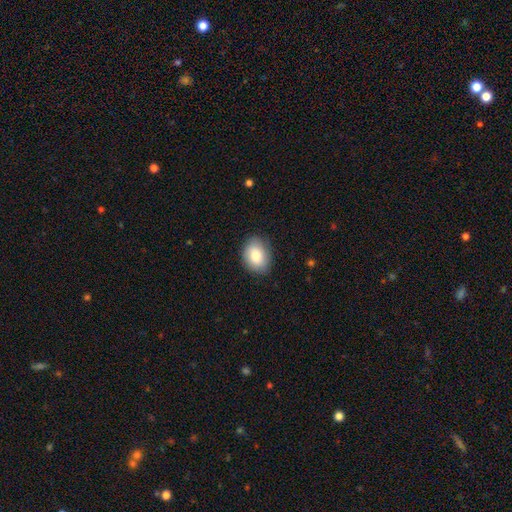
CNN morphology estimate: smooth 82%, featured or disk 11%, star or artifact 7%. Down the decision tree: how rounded — in between (69%); merging — none (85%).